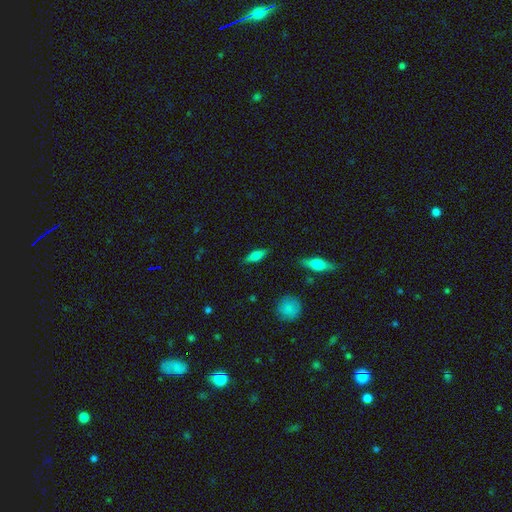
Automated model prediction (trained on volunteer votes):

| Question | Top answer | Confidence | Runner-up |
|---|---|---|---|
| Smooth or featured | smooth | 67% | featured or disk (26%) |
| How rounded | in between | 61% | cigar-shaped (36%) |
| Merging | none | 85% | minor disturbance (11%) |